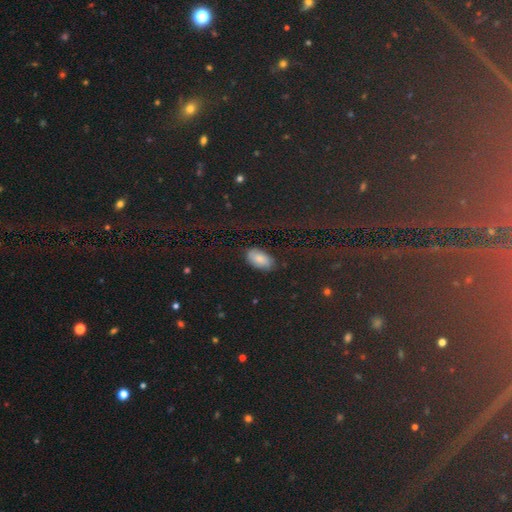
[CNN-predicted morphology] Smooth or featured? Predicted: smooth (p=0.57). How rounded? Predicted: in between (p=0.90). Merging? Predicted: none (p=0.80).